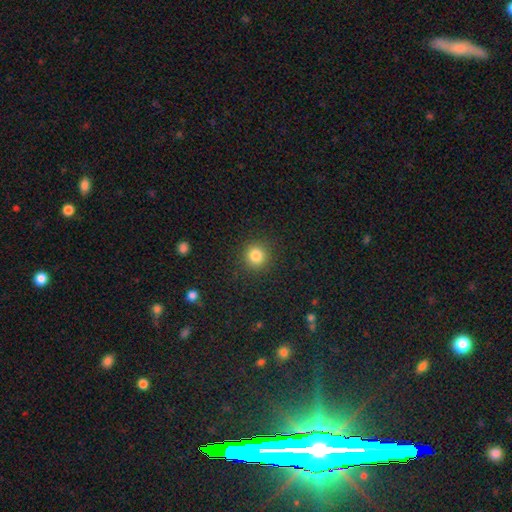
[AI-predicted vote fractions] This appears to be a smooth galaxy with no disk features (83%) that is round (93%). Merging: none (91%).